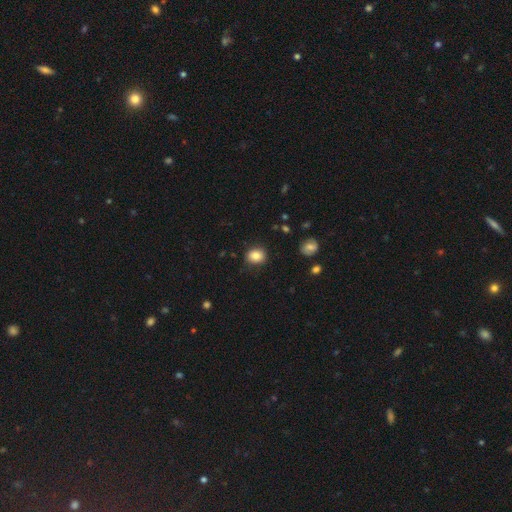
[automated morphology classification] type=smooth (83%); roundness=round (61%); merging=none (84%).